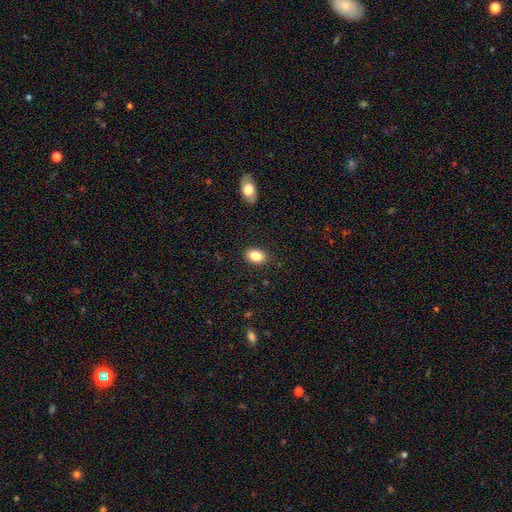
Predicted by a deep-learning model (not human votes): The model was most divided on "how rounded": in between: 87%, round: 11%, cigar-shaped: 1%. More confident: merging — none (88%); smooth or featured — smooth (86%).